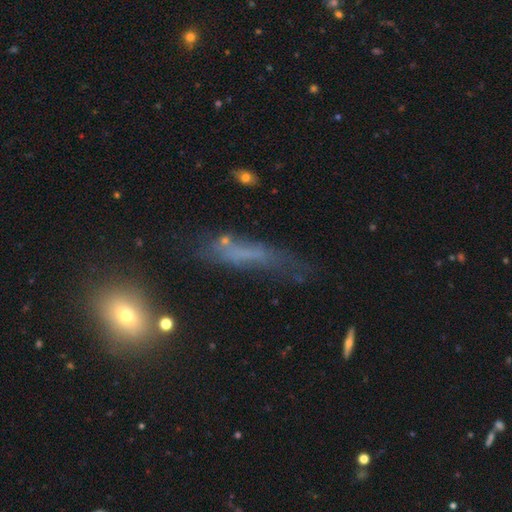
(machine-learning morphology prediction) A smooth galaxy with no disk features (42%). Merging: none (50%).